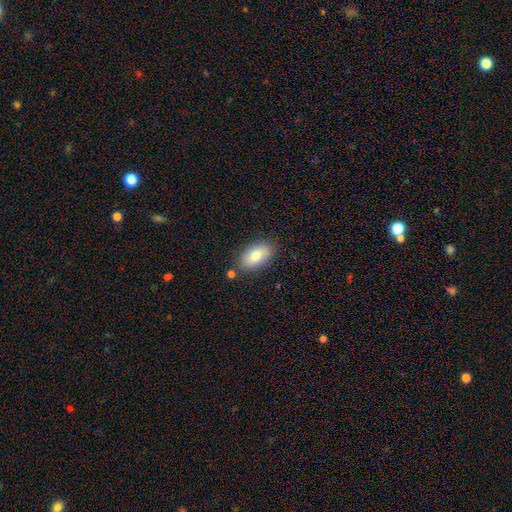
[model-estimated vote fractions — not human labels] Smooth or featured? smooth (80%)
How rounded? in between (93%)
Merging? none (81%)